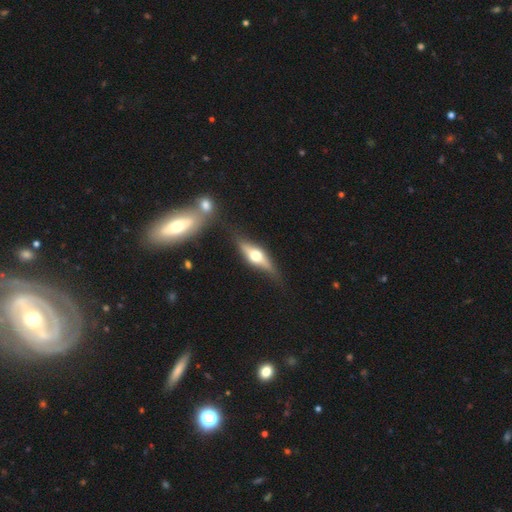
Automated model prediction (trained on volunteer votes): smooth-or-featured: featured or disk: 67% | smooth: 27% | star or artifact: 6%
  disk-edge-on: yes: 91% | no: 9%
    edge-on-bulge: rounded: 94% | boxy: 4% | none: 2%
  merging: none: 74% | minor disturbance: 15% | merger: 6% | major disturbance: 5%